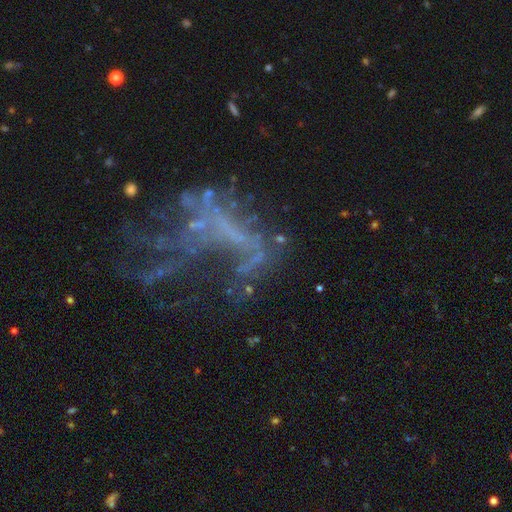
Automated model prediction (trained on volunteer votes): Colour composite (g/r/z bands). It shows a featured or disk galaxy (57%) with no bar (70%), no spiral arms (75%) and no central bulge (77%). Merging: major disturbance (42%).